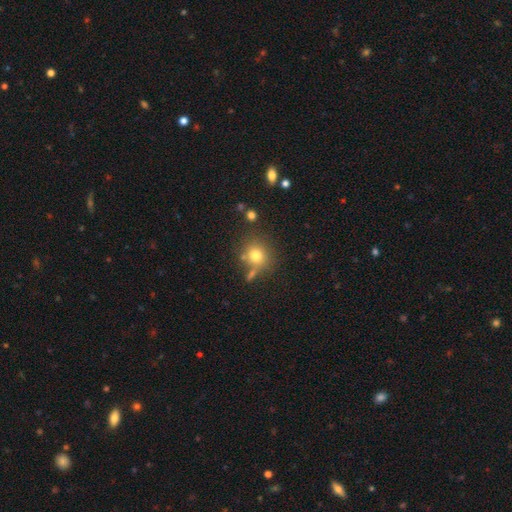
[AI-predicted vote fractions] Smooth or featured?
  - smooth: 75% *
  - star or artifact: 14%
  - featured or disk: 10%
How rounded?
  - round: 84% *
  - in between: 14%
  - cigar-shaped: 1%
Merging?
  - none: 71% *
  - minor disturbance: 13%
  - merger: 11%
  - major disturbance: 5%